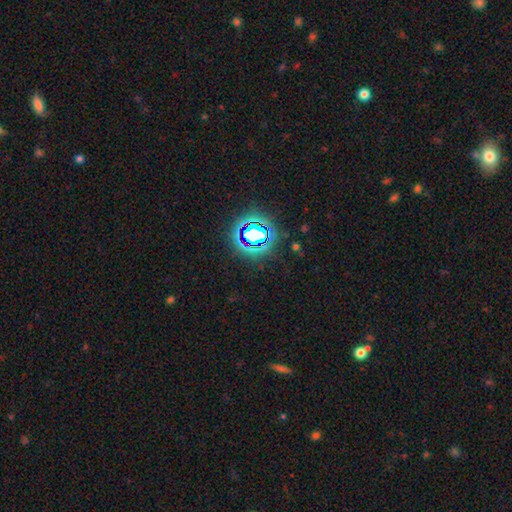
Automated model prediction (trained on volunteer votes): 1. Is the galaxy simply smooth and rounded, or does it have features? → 79% star or artifact, 14% smooth, 7% featured or disk.